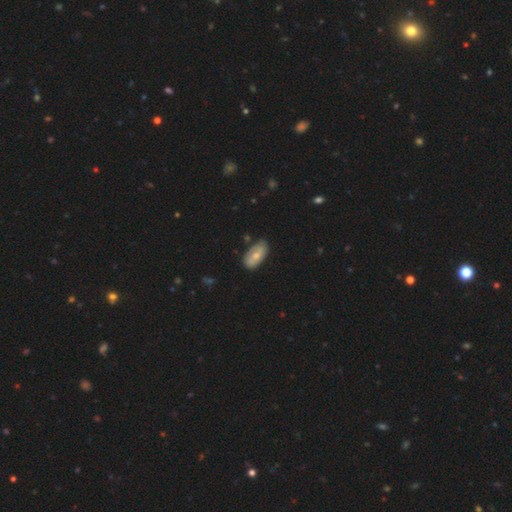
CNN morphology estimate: smooth_or_featured: smooth (p=0.60) [alt: featured or disk p=0.34]
how_rounded: in between (p=0.93) [alt: cigar-shaped p=0.04]
merging: none (p=0.75) [alt: minor disturbance p=0.20]